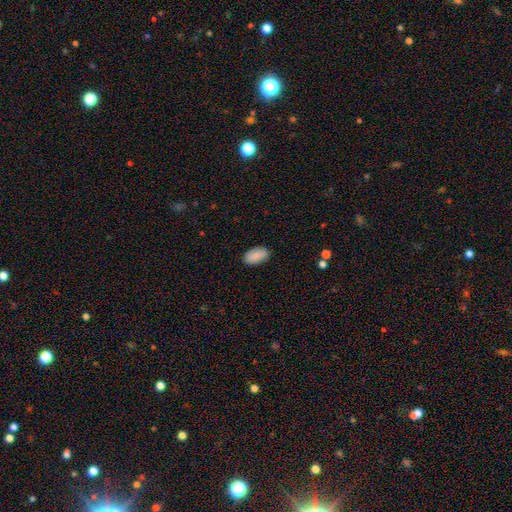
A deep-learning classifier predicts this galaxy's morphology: Smooth or featured? smooth (88%)
How rounded? in between (95%)
Merging? none (85%)